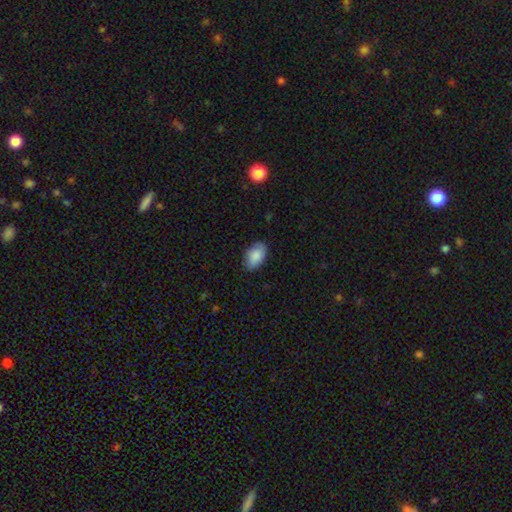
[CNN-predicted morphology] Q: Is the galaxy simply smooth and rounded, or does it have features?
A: smooth — 87%.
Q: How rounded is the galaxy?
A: in between — 93%.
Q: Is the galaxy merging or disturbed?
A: none — 81%.